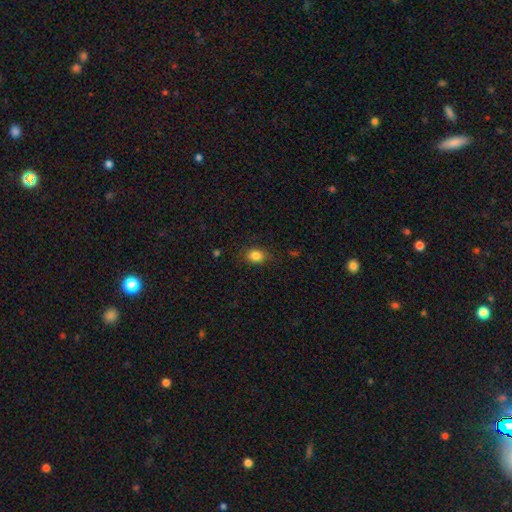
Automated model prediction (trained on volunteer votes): This appears to be a smooth galaxy with no disk features (85%) that is in between round and cigar-shaped (64%). Merging: none (81%).